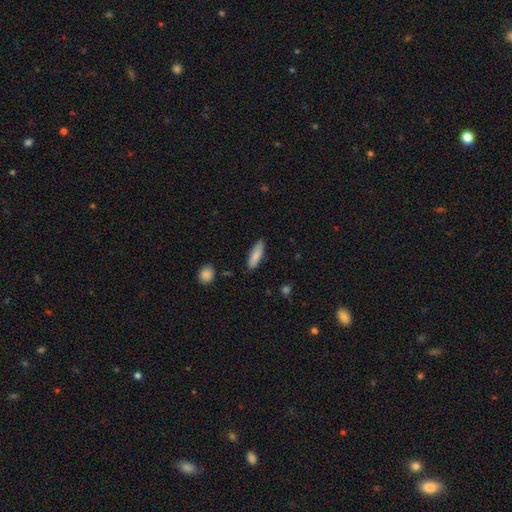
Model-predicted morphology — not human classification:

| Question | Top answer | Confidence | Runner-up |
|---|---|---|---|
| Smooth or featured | smooth | 84% | featured or disk (10%) |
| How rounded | cigar-shaped | 54% | in between (45%) |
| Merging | none | 86% | minor disturbance (11%) |